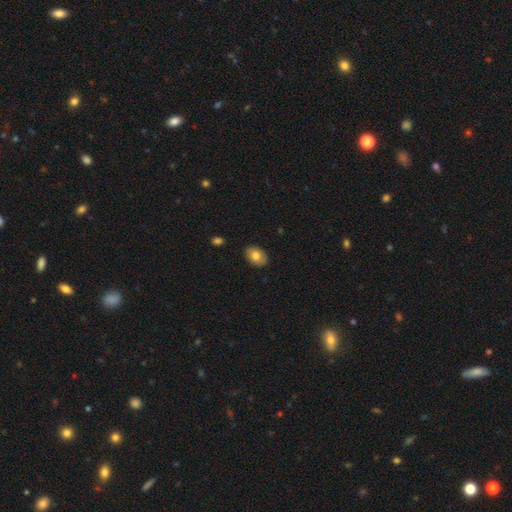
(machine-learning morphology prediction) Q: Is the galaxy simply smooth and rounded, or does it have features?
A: smooth — 79%.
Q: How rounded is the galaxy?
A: in between — 86%.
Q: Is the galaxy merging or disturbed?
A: none — 87%.